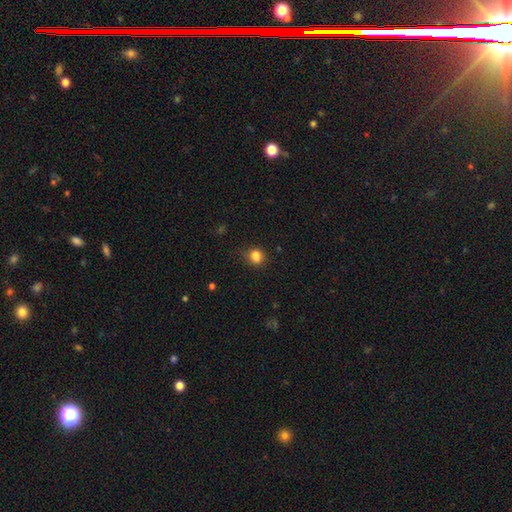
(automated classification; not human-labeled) The model was most divided on "how rounded": round: 69%, in between: 30%, cigar-shaped: 1%. More confident: smooth or featured — smooth (82%); merging — none (67%).